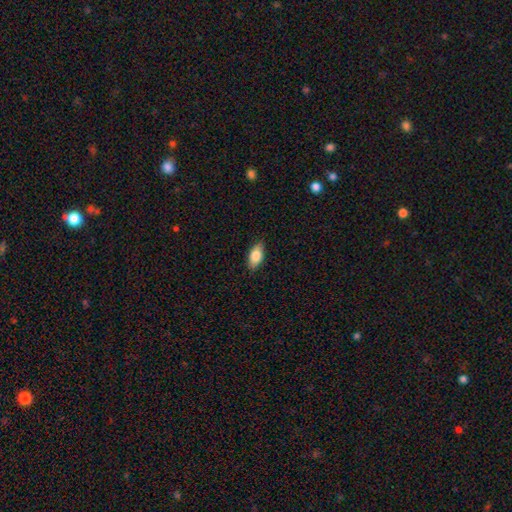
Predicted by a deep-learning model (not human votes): A smooth galaxy with no disk features (83%) that is in between round and cigar-shaped (90%).

Vote fractions:
- Smooth or featured? smooth: 83% / featured or disk: 10% / star or artifact: 7%
- How rounded? in between: 90% / cigar-shaped: 6% / round: 4%
- Merging? none: 85% / minor disturbance: 12% / major disturbance: 2% / merger: 1%